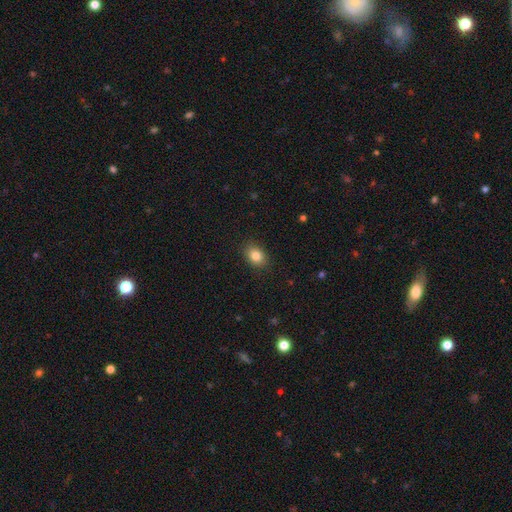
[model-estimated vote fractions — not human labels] Smooth or featured?
  - smooth: 84% *
  - star or artifact: 9%
  - featured or disk: 7%
How rounded?
  - in between: 68% *
  - round: 31%
  - cigar-shaped: 1%
Merging?
  - none: 88% *
  - minor disturbance: 9%
  - major disturbance: 2%
  - merger: 1%